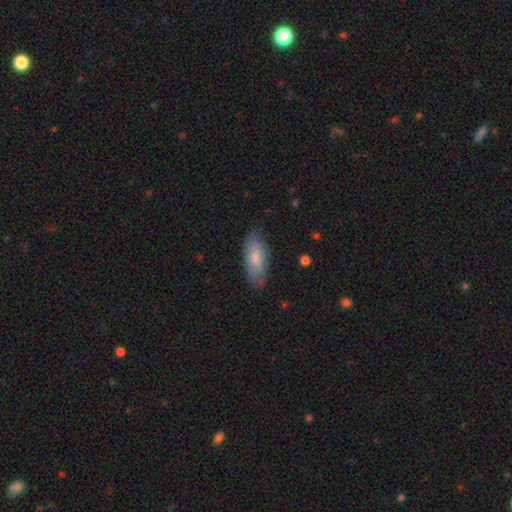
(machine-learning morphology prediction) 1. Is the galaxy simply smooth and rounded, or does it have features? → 71% smooth, 23% featured or disk, 6% star or artifact.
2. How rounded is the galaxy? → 78% in between, 20% cigar-shaped, 2% round.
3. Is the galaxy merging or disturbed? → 78% none, 17% minor disturbance, 3% major disturbance, 1% merger.